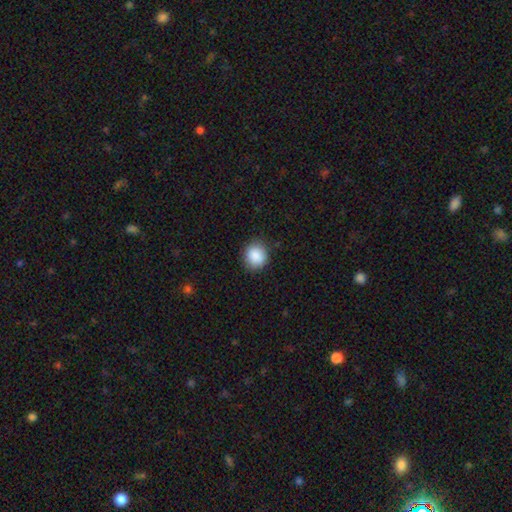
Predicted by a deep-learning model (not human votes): A smooth galaxy with no disk features (89%) that is round (83%). Merging: none (87%).